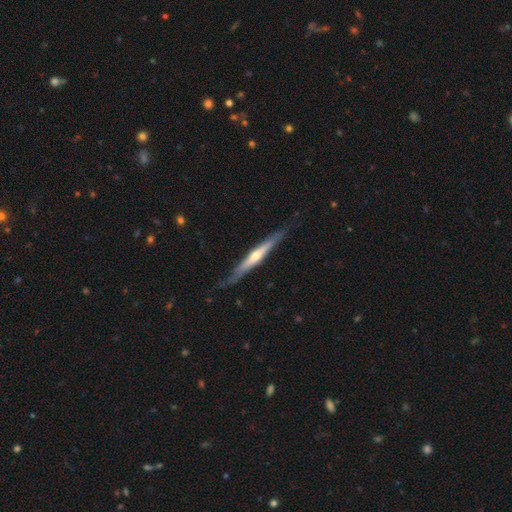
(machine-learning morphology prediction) Overall: featured or disk (70%). Edge-on disk: yes (96%). Edge-on bulge: rounded (76%). Merging: none (81%).